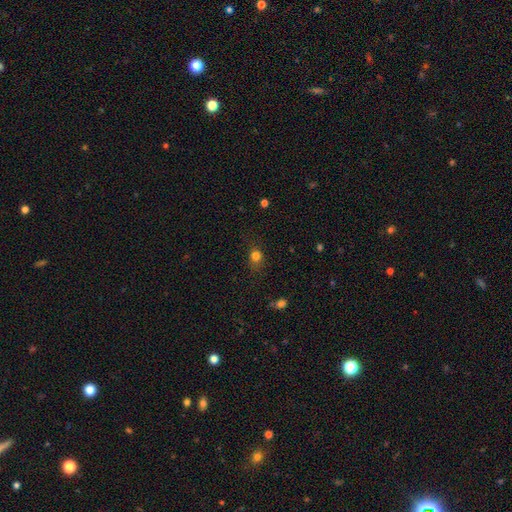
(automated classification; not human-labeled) smooth-or-featured: smooth: 76% | star or artifact: 17% | featured or disk: 7%
  how-rounded: round: 69% | in between: 30% | cigar-shaped: 2%
  merging: none: 73% | minor disturbance: 18% | major disturbance: 7% | merger: 2%